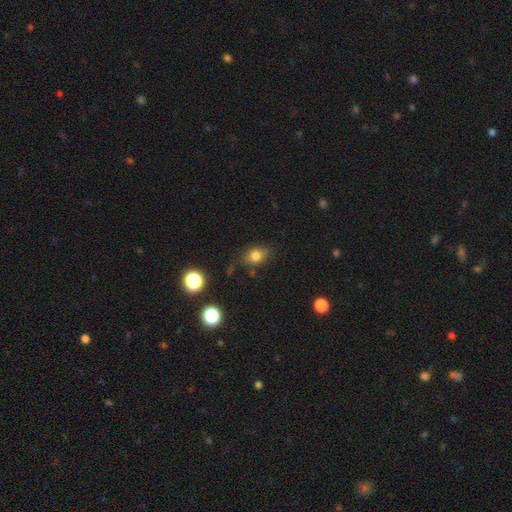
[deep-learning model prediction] Smooth or featured? smooth (77%)
How rounded? in between (62%)
Merging? none (72%)